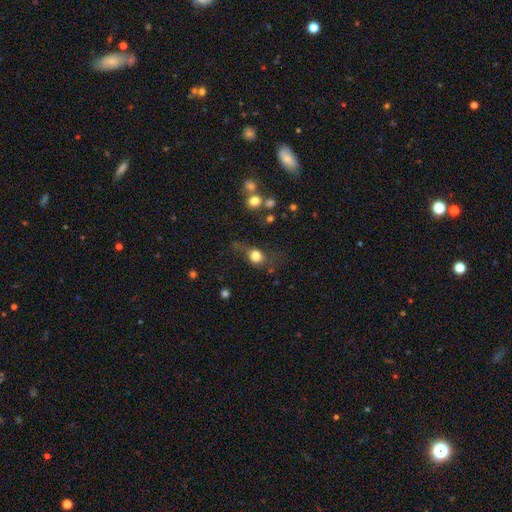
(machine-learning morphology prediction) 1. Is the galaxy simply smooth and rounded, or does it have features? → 77% smooth, 11% star or artifact, 11% featured or disk.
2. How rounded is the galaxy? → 68% round, 29% in between, 2% cigar-shaped.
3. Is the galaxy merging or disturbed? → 50% none, 24% minor disturbance, 21% major disturbance, 5% merger.